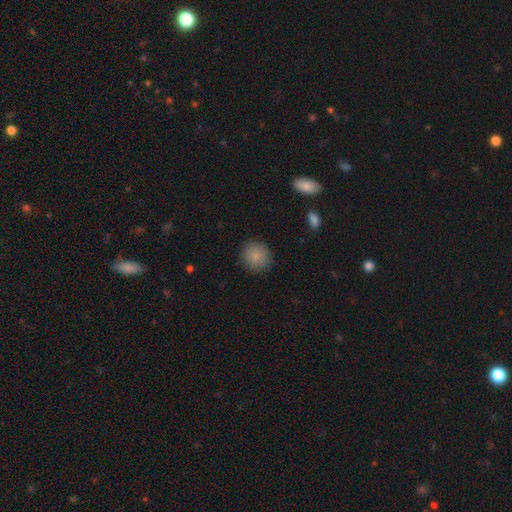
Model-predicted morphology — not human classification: Q: Smooth or featured?
A: smooth (87%); runner-up: star or artifact (8%)
Q: How rounded?
A: round (92%); runner-up: in between (7%)
Q: Merging?
A: none (89%); runner-up: minor disturbance (8%)